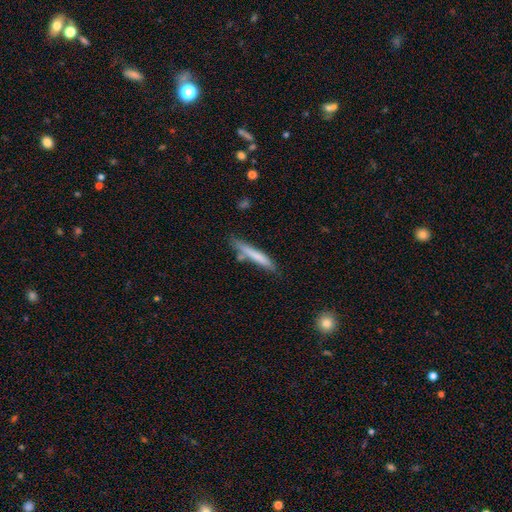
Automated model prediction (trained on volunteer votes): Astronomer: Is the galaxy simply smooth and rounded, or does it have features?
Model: smooth — 69%.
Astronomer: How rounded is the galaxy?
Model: cigar-shaped — 94%.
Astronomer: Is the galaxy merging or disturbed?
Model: none — 73%.